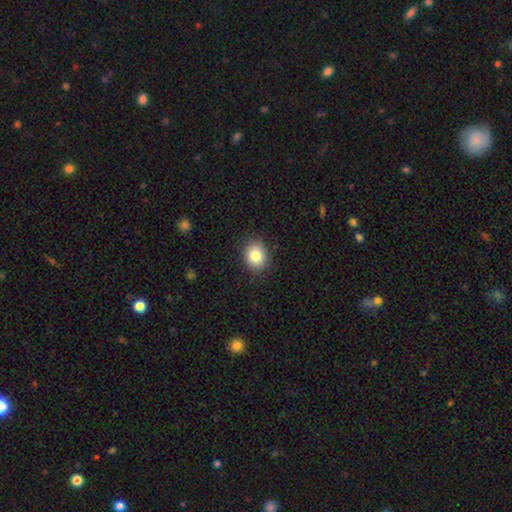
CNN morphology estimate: This appears to be a smooth galaxy with no disk features (82%) that is round (66%). Merging: none (88%).